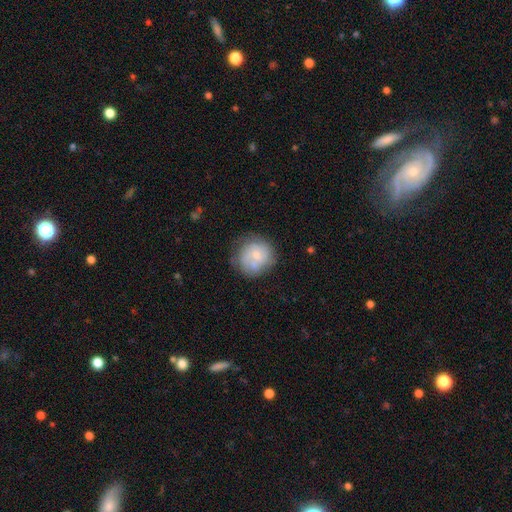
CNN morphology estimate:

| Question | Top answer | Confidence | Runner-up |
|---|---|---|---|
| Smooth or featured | smooth | 55% | featured or disk (38%) |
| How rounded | round | 86% | in between (13%) |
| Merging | none | 56% | minor disturbance (22%) |